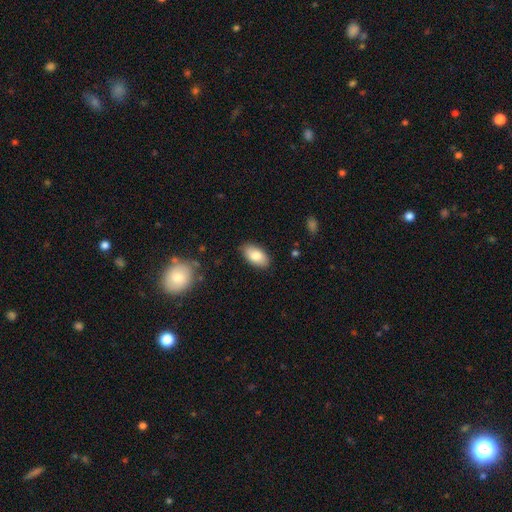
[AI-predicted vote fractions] Morphology: type=smooth (83%); roundness=in between (94%); merging=none (85%).